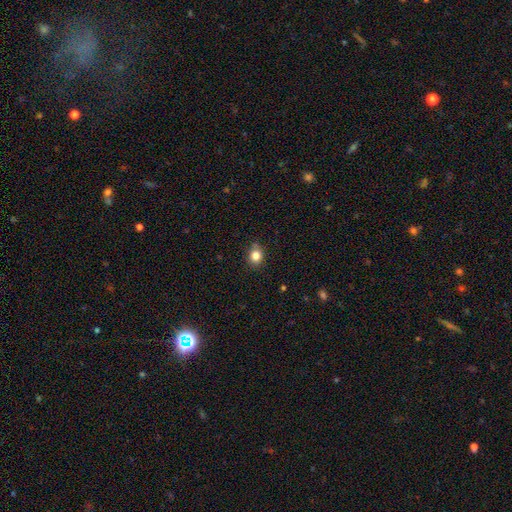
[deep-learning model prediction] Q: Smooth or featured?
A: smooth (83%); runner-up: star or artifact (11%)
Q: How rounded?
A: round (64%); runner-up: in between (35%)
Q: Merging?
A: none (78%); runner-up: minor disturbance (17%)